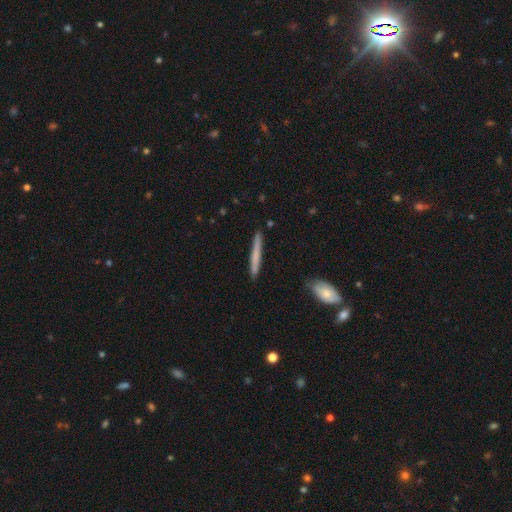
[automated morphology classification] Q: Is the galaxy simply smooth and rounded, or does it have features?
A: smooth — 65%.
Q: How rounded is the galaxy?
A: cigar-shaped — 96%.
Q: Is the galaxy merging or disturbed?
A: none — 88%.